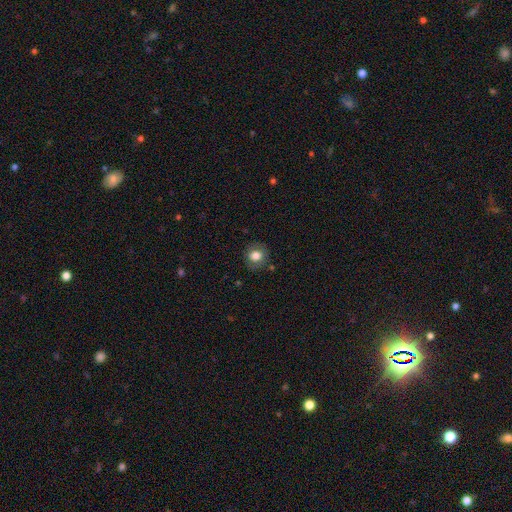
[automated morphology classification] Smooth or featured: smooth — 74% (featured or disk — 17%)
How rounded: round — 81% (in between — 18%)
Merging: none — 82% (minor disturbance — 12%)